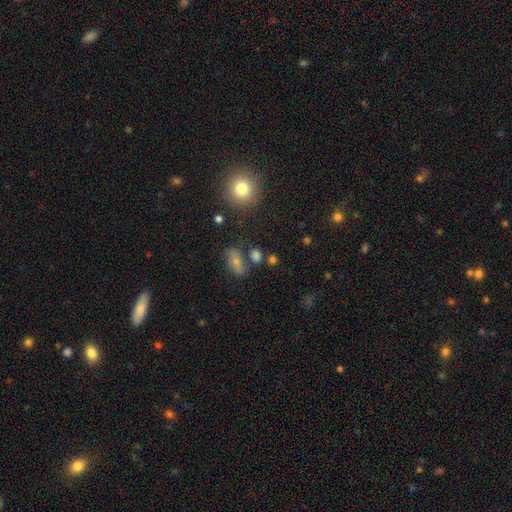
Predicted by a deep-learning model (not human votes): A smooth galaxy with no disk features (73%) that is in between round and cigar-shaped (63%). Merging: none (66%).